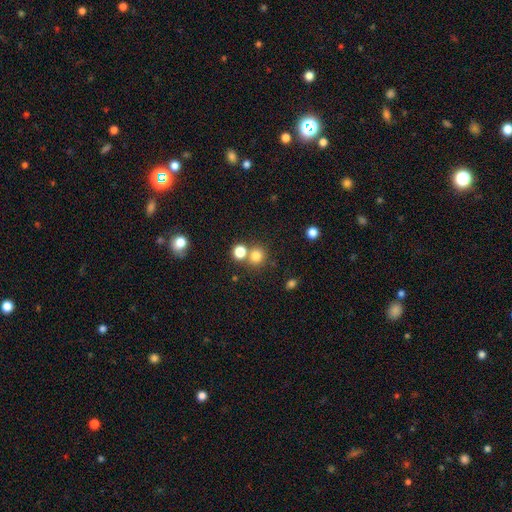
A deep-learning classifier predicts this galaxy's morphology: A smooth galaxy with no disk features (78%) that is round (89%). Merging: none (65%).